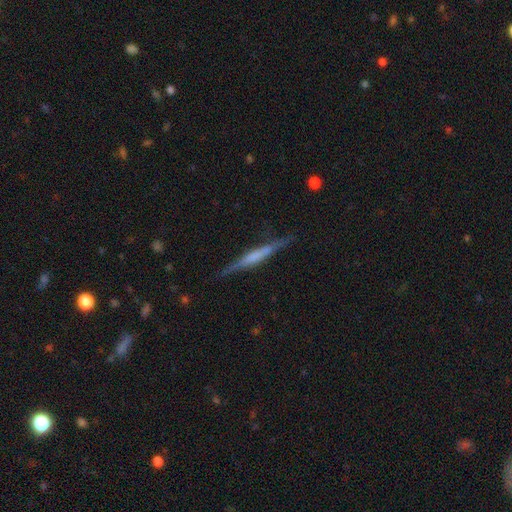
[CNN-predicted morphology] Overall: featured or disk (67%). Edge-on disk: yes (97%). Edge-on bulge: boxy (41%; none 33%). Merging: none (84%).